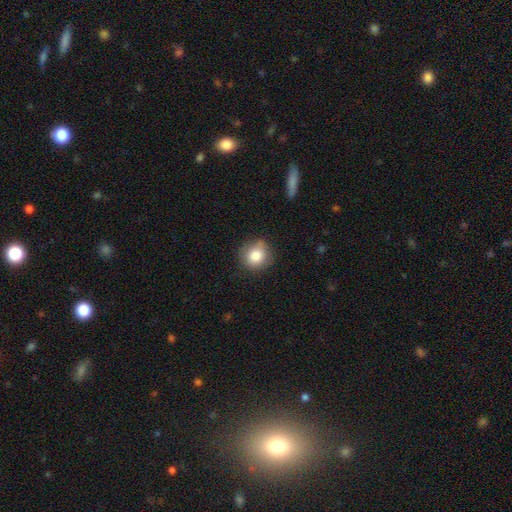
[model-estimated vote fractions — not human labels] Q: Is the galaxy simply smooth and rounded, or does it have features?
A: smooth — 81%.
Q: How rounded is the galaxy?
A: round — 88%.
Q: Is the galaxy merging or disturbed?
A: none — 78%.